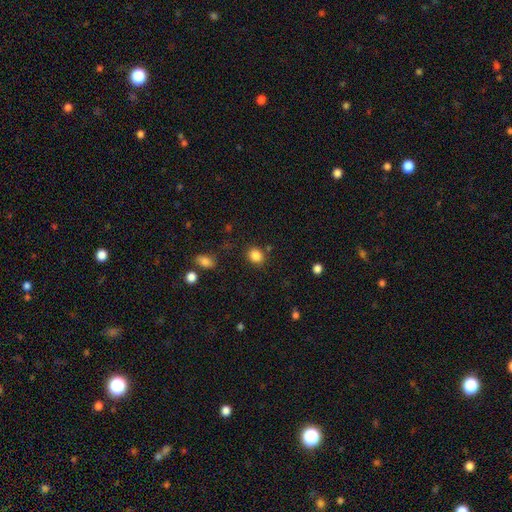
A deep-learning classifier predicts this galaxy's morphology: smooth 85%, star or artifact 10%, featured or disk 5%. Down the decision tree: how rounded — round (68%); merging — none (82%).